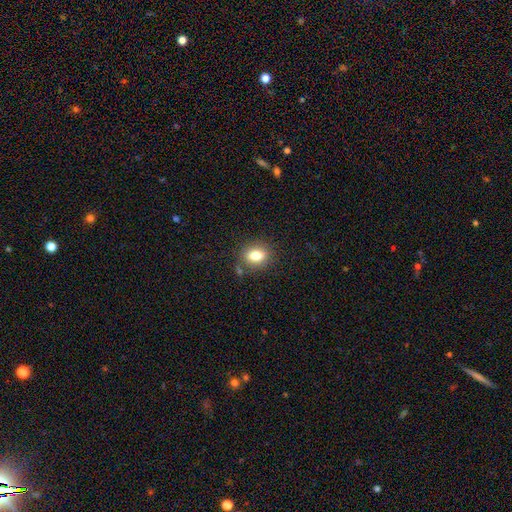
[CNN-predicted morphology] A smooth galaxy with no disk features (80%) that is in between round and cigar-shaped (60%). Merging: none (80%).